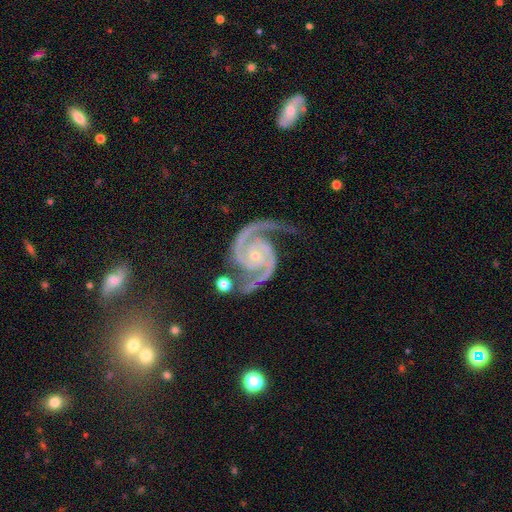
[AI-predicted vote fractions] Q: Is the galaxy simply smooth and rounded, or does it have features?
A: featured or disk — 94%.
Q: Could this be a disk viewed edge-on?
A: no — 98%.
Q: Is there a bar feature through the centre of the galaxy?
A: no — 71%.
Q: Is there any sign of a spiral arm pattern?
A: yes — 99%.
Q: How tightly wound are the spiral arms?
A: medium — 54%.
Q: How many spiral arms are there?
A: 2 — 93%.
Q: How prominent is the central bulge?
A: small — 78%.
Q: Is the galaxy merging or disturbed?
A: none — 72%.